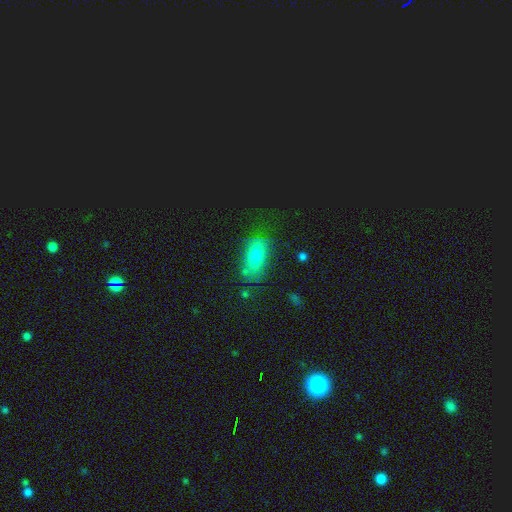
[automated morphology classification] smooth 73%, featured or disk 16%, star or artifact 12%. Down the decision tree: how rounded — in between (84%); merging — none (60%).